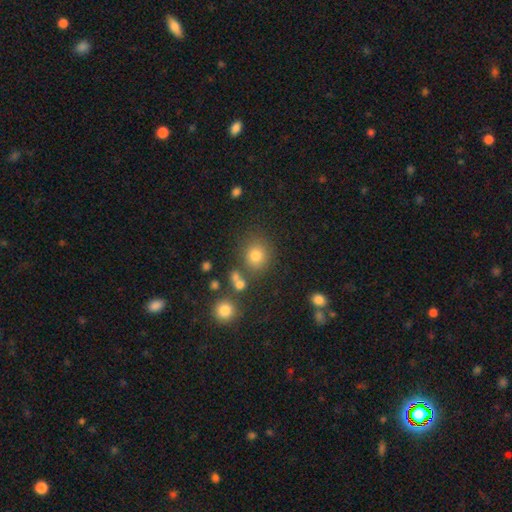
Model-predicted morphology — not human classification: This is likely a smooth galaxy (77%). How rounded: clearly round (84%). Merging: likely none (75%).